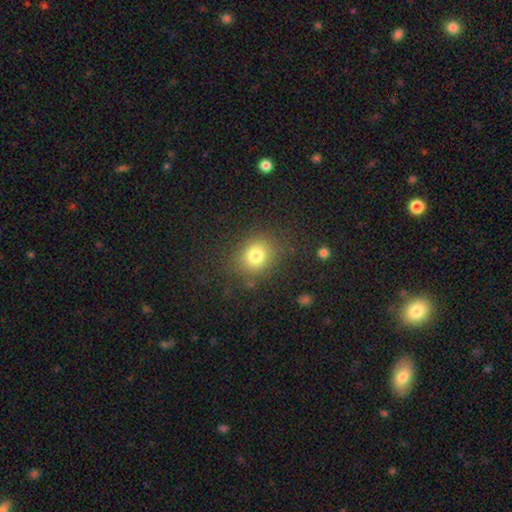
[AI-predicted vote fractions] Smooth or featured: smooth — 78% (star or artifact — 13%)
How rounded: round — 71% (in between — 28%)
Merging: none — 80% (minor disturbance — 12%)